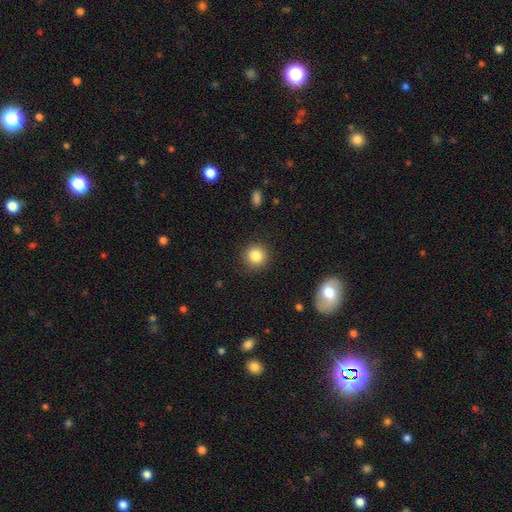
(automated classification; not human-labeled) Overall: smooth (85%). How rounded: round (91%). Merging: none (90%).